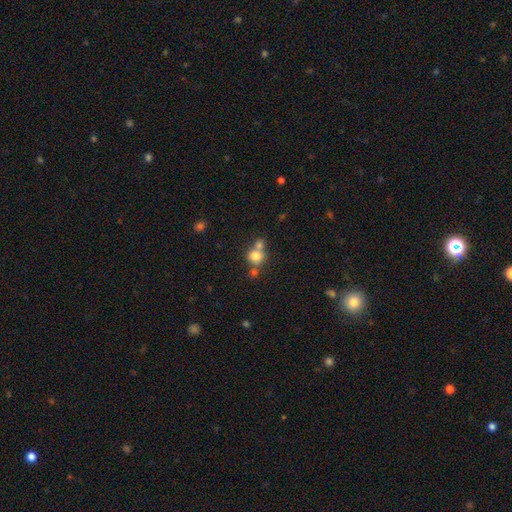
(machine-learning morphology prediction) Overall: smooth (76%). How rounded: round (83%). Merging: merger (45%; none 43%).